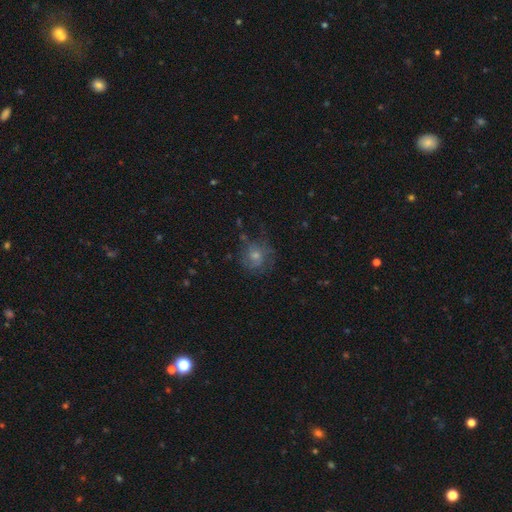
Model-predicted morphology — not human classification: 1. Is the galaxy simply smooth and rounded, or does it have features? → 59% smooth, 29% featured or disk, 12% star or artifact.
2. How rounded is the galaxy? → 81% round, 18% in between, 1% cigar-shaped.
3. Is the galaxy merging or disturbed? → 57% none, 22% minor disturbance, 18% major disturbance, 3% merger.